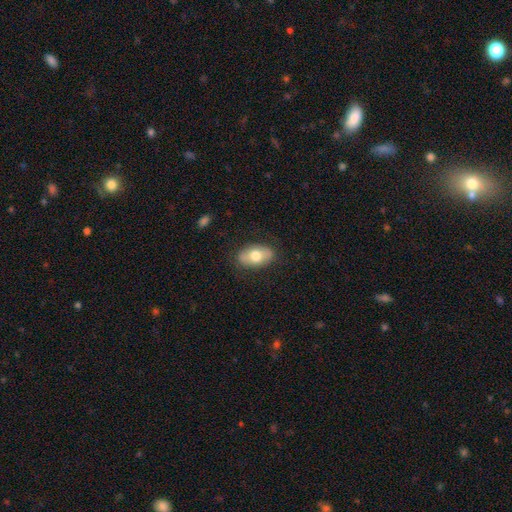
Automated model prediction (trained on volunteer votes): The model was most divided on "smooth or featured": smooth: 69%, featured or disk: 25%, star or artifact: 6%. More confident: how rounded — in between (90%); merging — none (83%).